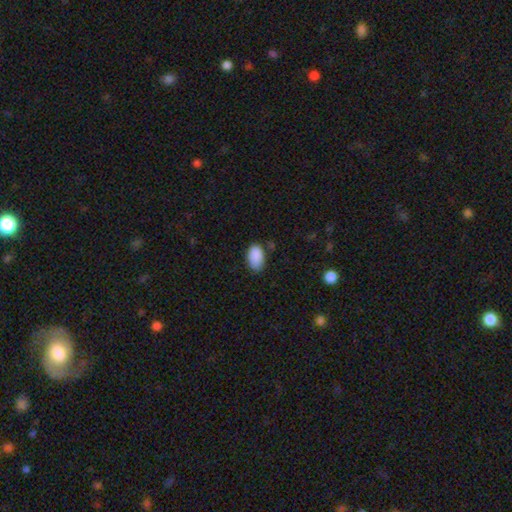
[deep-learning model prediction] Smooth or featured? Predicted: smooth (p=0.89). How rounded? Predicted: in between (p=0.93). Merging? Predicted: none (p=0.74).